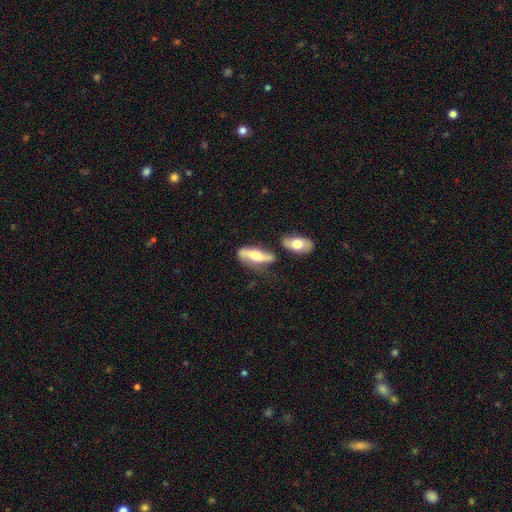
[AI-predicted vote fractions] Smooth or featured: featured or disk — 55% (smooth — 39%)
Edge-on disk: no — 64% (yes — 36%)
Merging: none — 51% (minor disturbance — 24%)